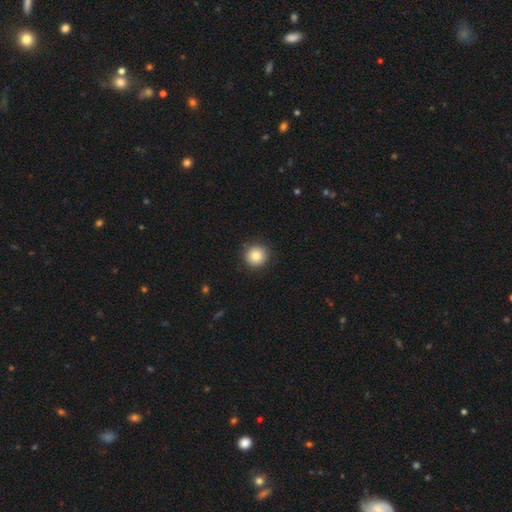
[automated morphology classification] This is clearly a smooth galaxy (84%). How rounded: clearly round (93%). Merging: clearly none (89%).